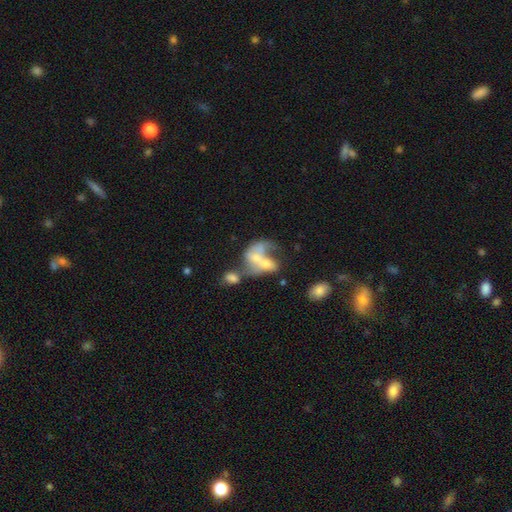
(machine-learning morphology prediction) Q: Smooth or featured?
A: featured or disk (50%); runner-up: smooth (39%)
Q: Edge-on disk?
A: no (97%); runner-up: yes (3%)
Q: Merging?
A: merger (61%); runner-up: major disturbance (20%)